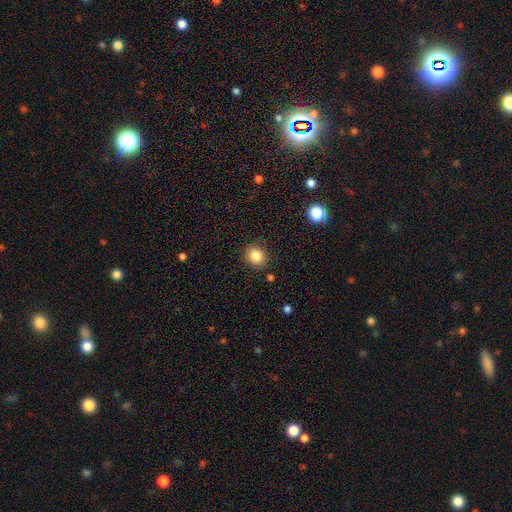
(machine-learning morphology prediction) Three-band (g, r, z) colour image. It shows a smooth galaxy with no disk features (84%) that is round (81%). Merging: none (88%).